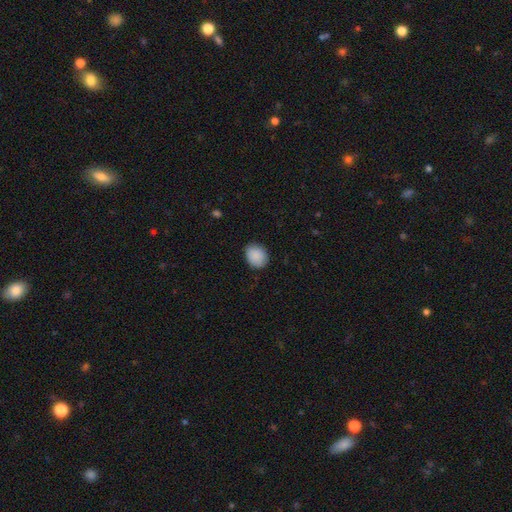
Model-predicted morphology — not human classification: Smooth or featured? Predicted: smooth (p=0.89). How rounded? Predicted: round (p=0.53). Merging? Predicted: none (p=0.85).